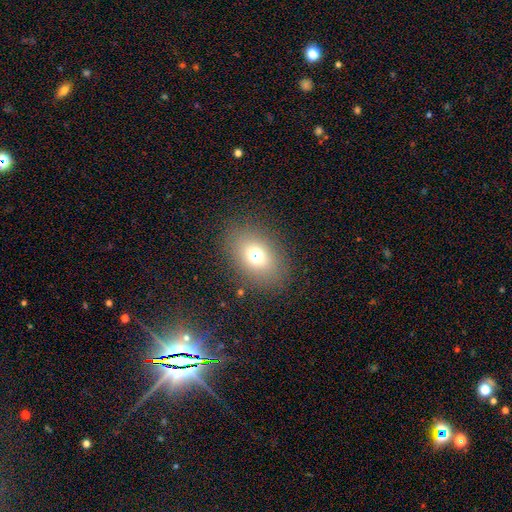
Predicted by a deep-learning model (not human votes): This appears to be a smooth galaxy with no disk features (68%) that is in between round and cigar-shaped (66%). Merging: none (82%).